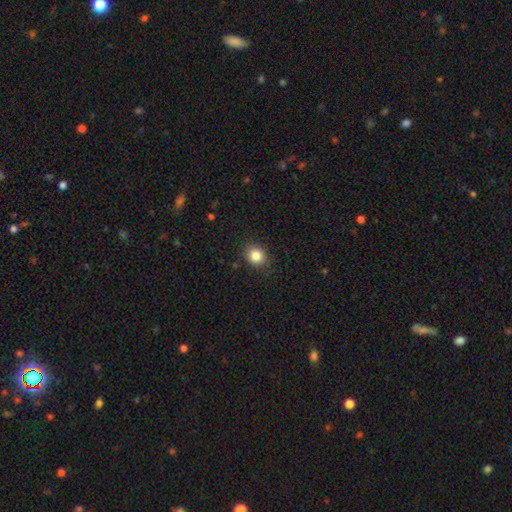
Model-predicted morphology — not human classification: smooth 83%, star or artifact 11%, featured or disk 6%. Down the decision tree: how rounded — round (75%); merging — none (87%).